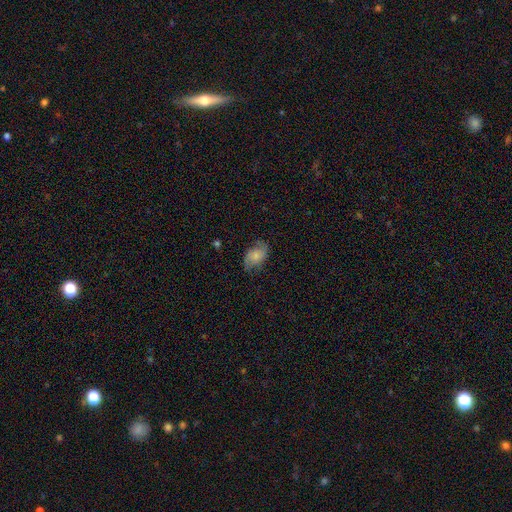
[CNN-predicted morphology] A smooth galaxy with no disk features (58%) that is in between round and cigar-shaped (84%). Merging: none (64%).